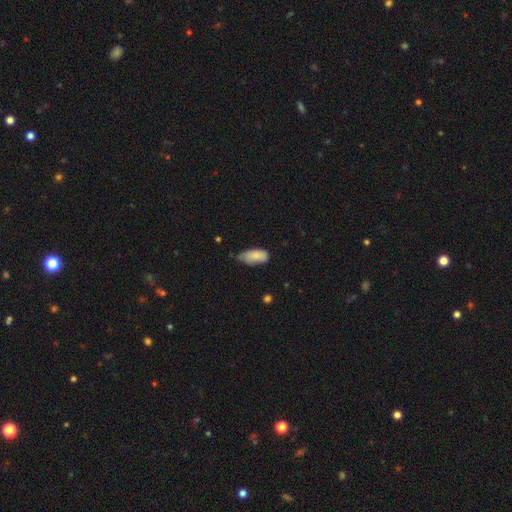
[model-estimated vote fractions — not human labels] This is clearly a smooth galaxy (83%). How rounded: clearly in between (90%). Merging: possibly minor disturbance (46%).